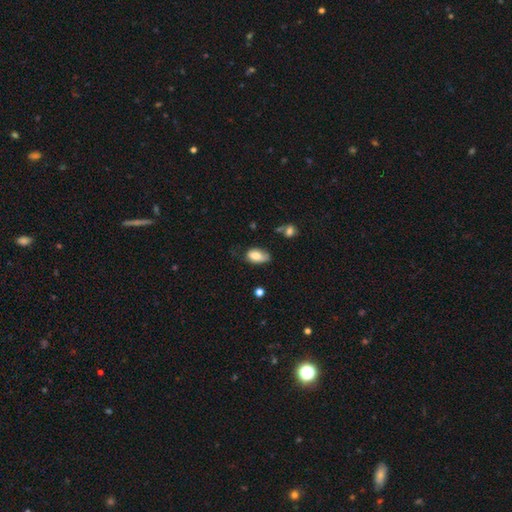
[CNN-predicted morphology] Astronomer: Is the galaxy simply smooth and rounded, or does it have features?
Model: smooth — 79%.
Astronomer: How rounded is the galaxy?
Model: in between — 92%.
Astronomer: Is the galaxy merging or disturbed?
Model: none — 45% (runner-up: minor disturbance, 39%).